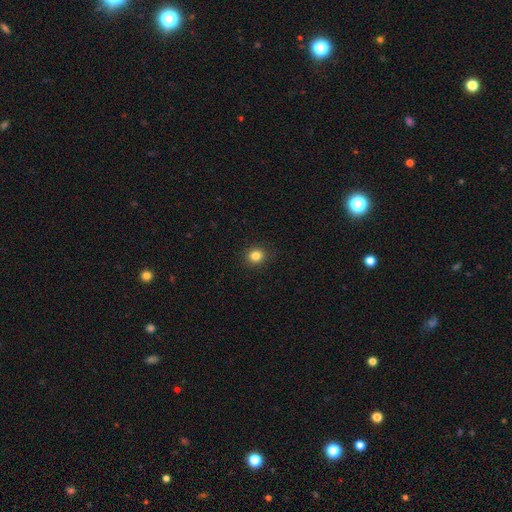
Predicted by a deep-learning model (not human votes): Morphology: type=smooth (83%); roundness=round (83%); merging=none (91%).